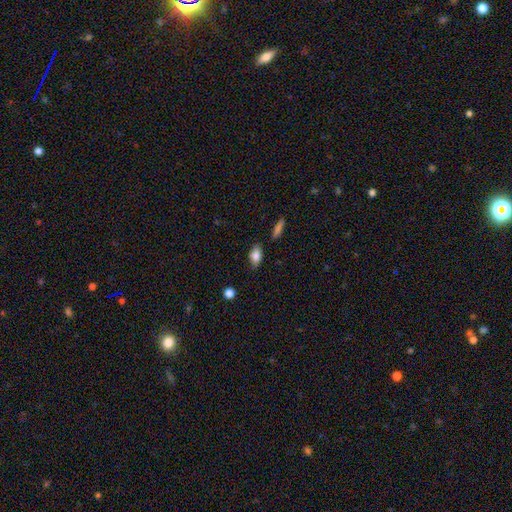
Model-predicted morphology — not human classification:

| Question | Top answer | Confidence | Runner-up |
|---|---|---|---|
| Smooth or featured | smooth | 81% | featured or disk (11%) |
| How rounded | in between | 86% | round (8%) |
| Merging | none | 76% | minor disturbance (18%) |